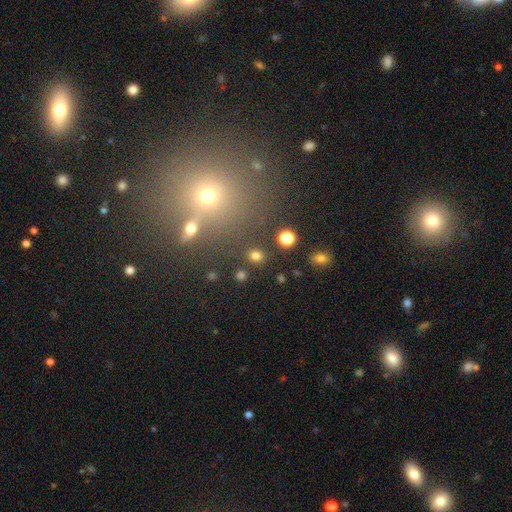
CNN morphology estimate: Overall: smooth (79%). How rounded: round (76%). Merging: none (86%).